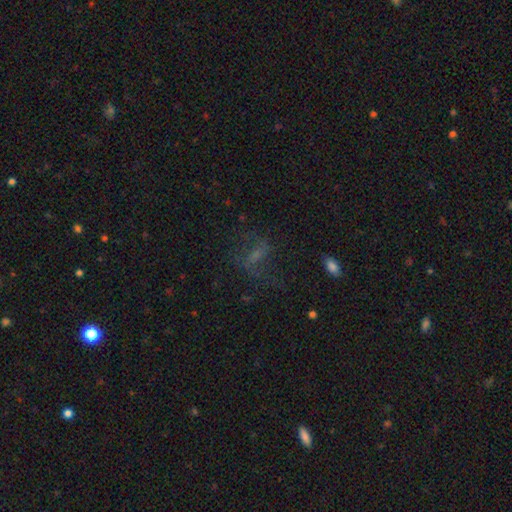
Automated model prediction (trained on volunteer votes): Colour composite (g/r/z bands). It shows a featured or disk galaxy (42%). Merging: none (54%).